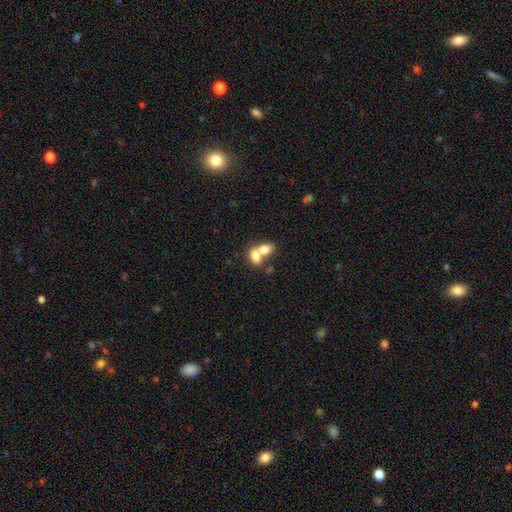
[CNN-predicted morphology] Smooth or featured? smooth (74%)
How rounded? in between (80%)
Merging? merger (69%)